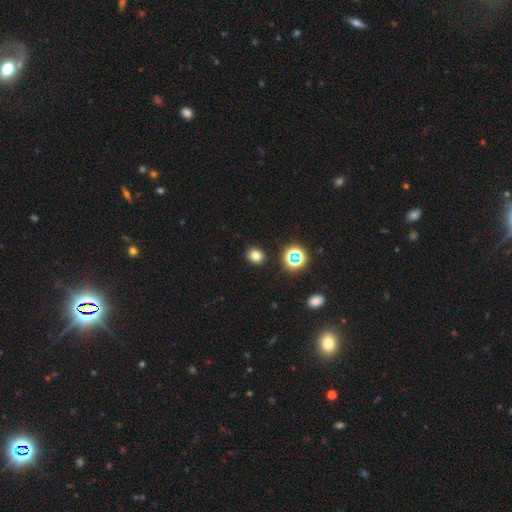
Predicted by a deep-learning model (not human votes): Q: Smooth or featured?
A: smooth (76%); runner-up: star or artifact (18%)
Q: How rounded?
A: round (70%); runner-up: in between (29%)
Q: Merging?
A: none (90%); runner-up: minor disturbance (6%)